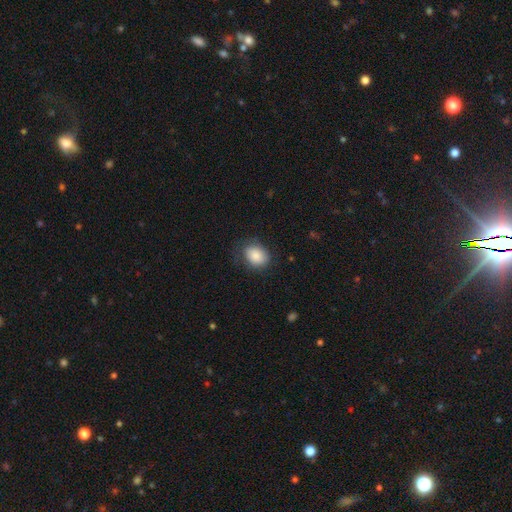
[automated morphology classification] smooth-or-featured: smooth: 86% | star or artifact: 7% | featured or disk: 7%
  how-rounded: in between: 58% | round: 41% | cigar-shaped: 1%
  merging: none: 73% | minor disturbance: 20% | major disturbance: 7% | merger: 1%